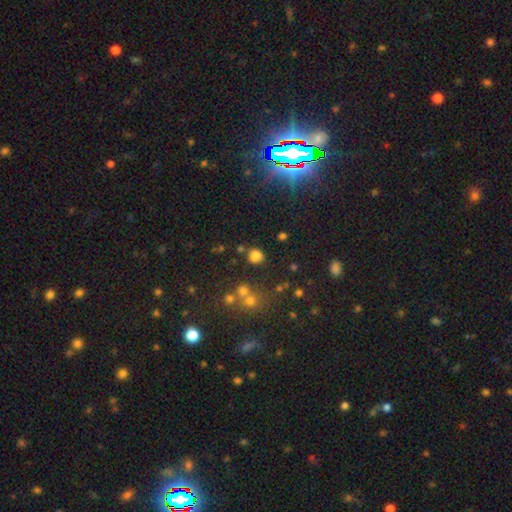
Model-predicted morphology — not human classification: Smooth or featured? Predicted: smooth (p=0.75). How rounded? Predicted: round (p=0.66). Merging? Predicted: none (p=0.74).